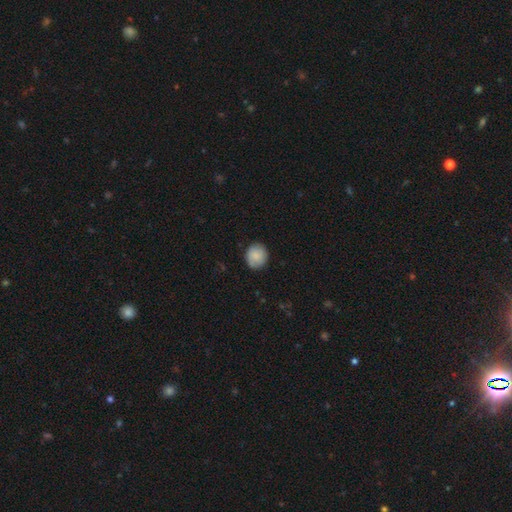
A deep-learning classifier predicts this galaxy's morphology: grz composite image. It shows a smooth galaxy with no disk features (81%) that is round (82%). Merging: none (84%).